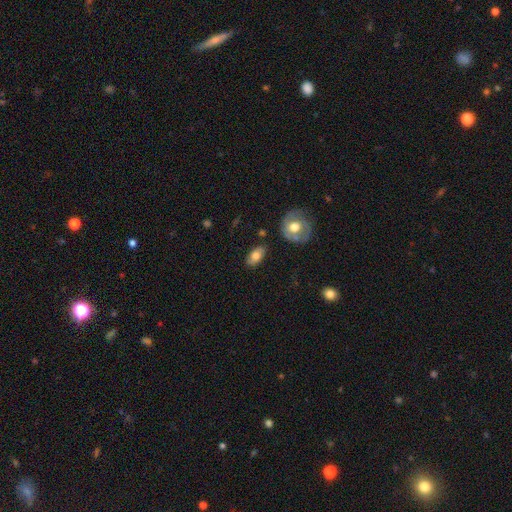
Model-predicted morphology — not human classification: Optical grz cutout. It shows a smooth galaxy with no disk features (72%) that is in between round and cigar-shaped (89%). Merging: none (81%).